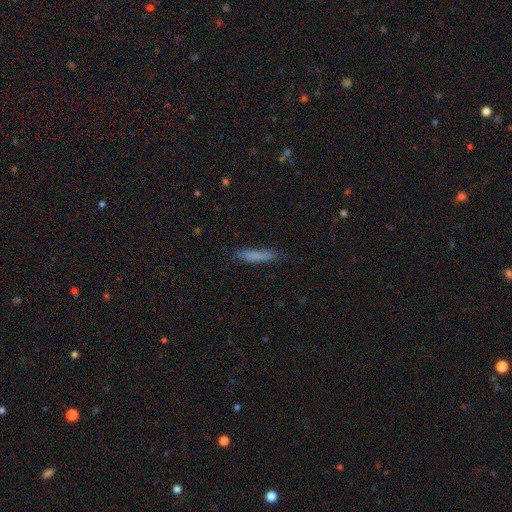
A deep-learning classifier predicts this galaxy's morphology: Smooth or featured: smooth — 76% (featured or disk — 16%)
How rounded: cigar-shaped — 86% (in between — 13%)
Merging: none — 78% (minor disturbance — 17%)